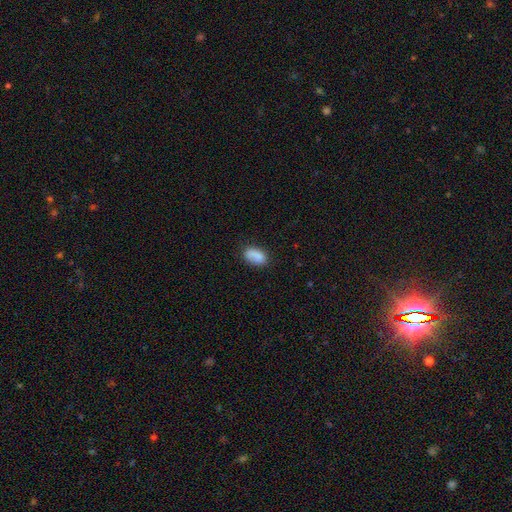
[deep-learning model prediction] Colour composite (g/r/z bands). It shows a smooth galaxy with no disk features (83%) that is in between round and cigar-shaped (89%). Merging: none (70%).